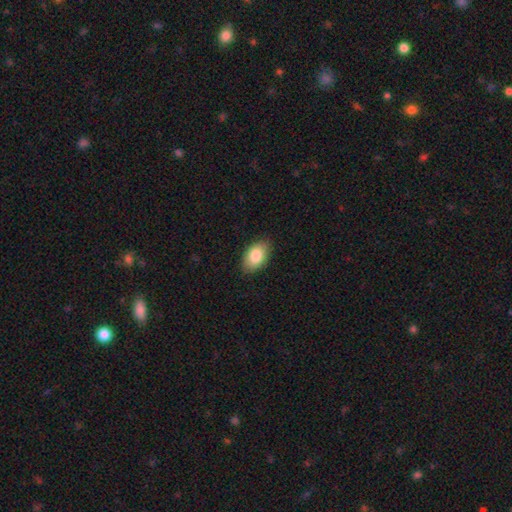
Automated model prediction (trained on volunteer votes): Smooth or featured: smooth — 85% (featured or disk — 9%)
How rounded: in between — 93% (round — 6%)
Merging: none — 86% (minor disturbance — 11%)